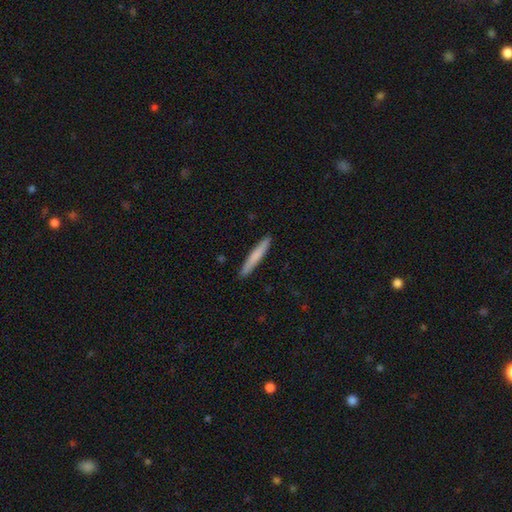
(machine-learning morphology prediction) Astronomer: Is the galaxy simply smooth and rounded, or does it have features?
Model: smooth — 71%.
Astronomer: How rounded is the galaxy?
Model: cigar-shaped — 96%.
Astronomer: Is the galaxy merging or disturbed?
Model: none — 92%.